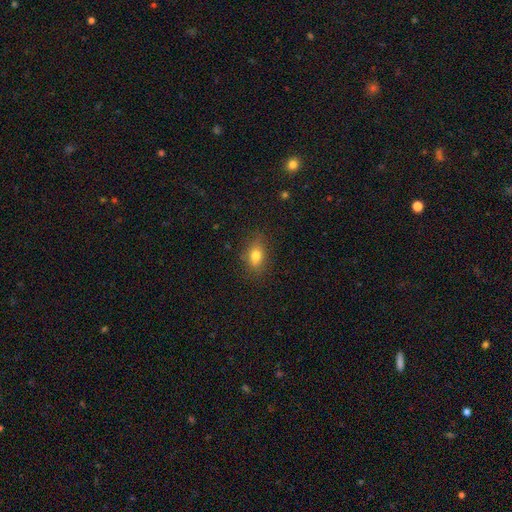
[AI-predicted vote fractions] Smooth or featured? smooth (76%)
How rounded? in between (76%)
Merging? none (78%)